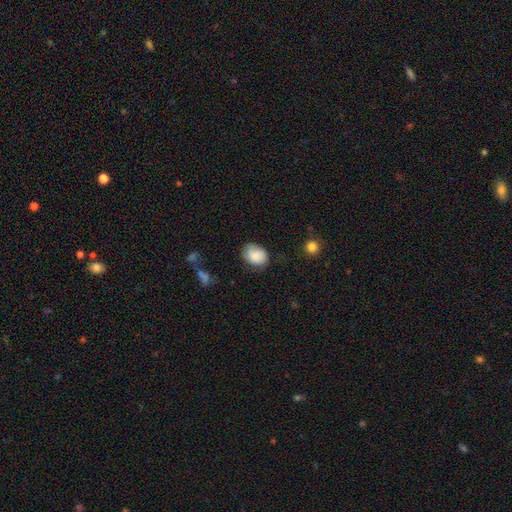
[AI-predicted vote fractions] smooth-or-featured: smooth: 78% | featured or disk: 14% | star or artifact: 8%
  how-rounded: in between: 59% | round: 40% | cigar-shaped: 1%
  merging: none: 65% | minor disturbance: 26% | major disturbance: 7% | merger: 2%